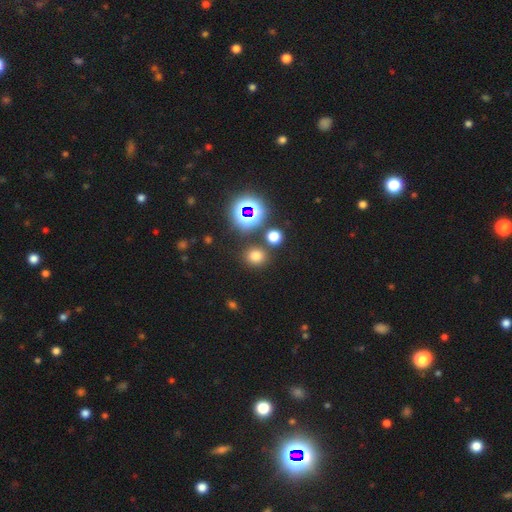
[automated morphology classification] smooth-or-featured: smooth: 70% | star or artifact: 25% | featured or disk: 6%
  how-rounded: round: 80% | in between: 18% | cigar-shaped: 1%
  merging: none: 80% | merger: 8% | minor disturbance: 8% | major disturbance: 3%